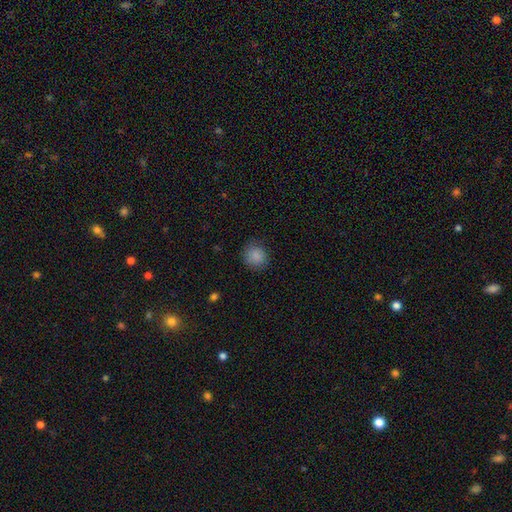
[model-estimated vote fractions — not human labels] This appears to be a smooth galaxy with no disk features (88%) that is round (87%). Merging: none (84%).